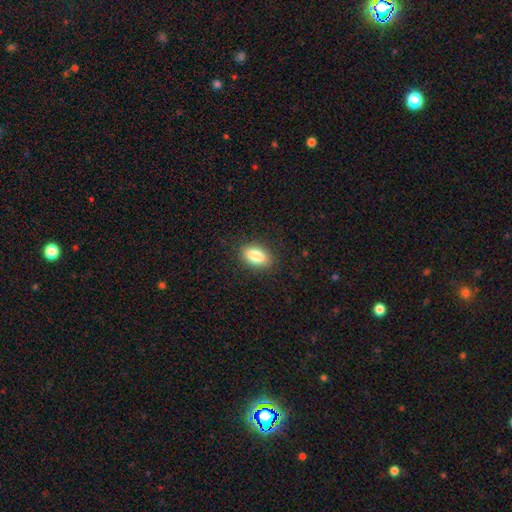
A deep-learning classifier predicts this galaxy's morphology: A smooth galaxy with no disk features (87%) that is in between round and cigar-shaped (91%). Merging: none (87%).